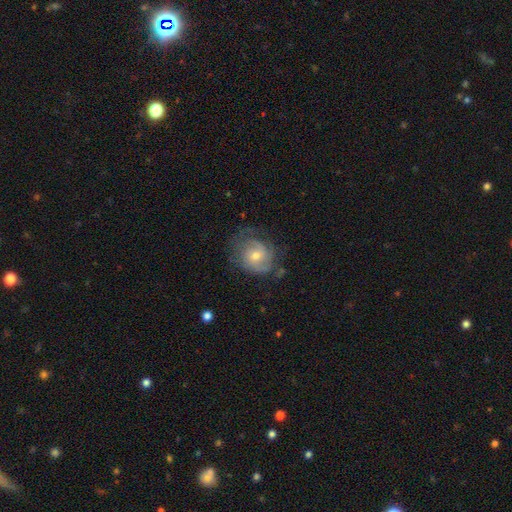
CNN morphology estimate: The model was most divided on "bulge size": moderate: 53%, small: 42%, large: 2%, none: 1%, dominant: 1%. More confident: edge-on disk — no (97%); spiral arms — yes (80%); bar — no (70%); smooth or featured — featured or disk (60%); merging — none (55%).